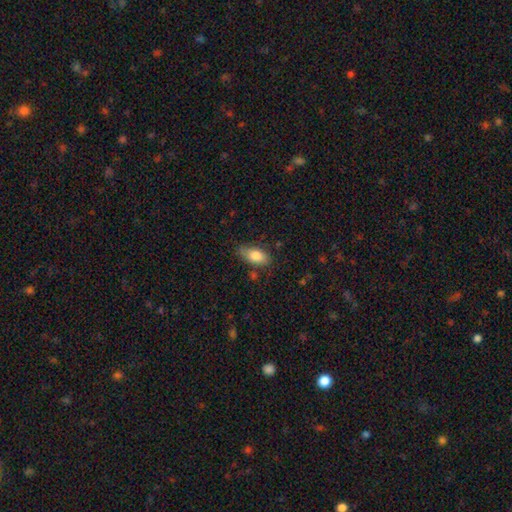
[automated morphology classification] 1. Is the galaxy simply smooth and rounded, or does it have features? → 81% smooth, 12% featured or disk, 7% star or artifact.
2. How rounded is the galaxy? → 89% in between, 7% cigar-shaped, 4% round.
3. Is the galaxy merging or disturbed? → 72% none, 21% minor disturbance, 4% major disturbance, 3% merger.